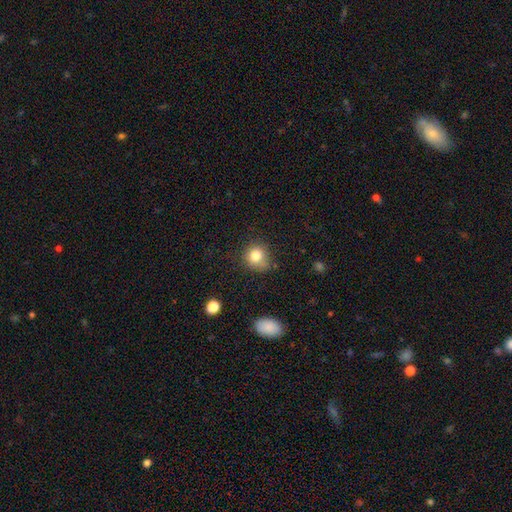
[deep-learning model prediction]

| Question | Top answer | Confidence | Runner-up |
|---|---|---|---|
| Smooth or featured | smooth | 81% | star or artifact (11%) |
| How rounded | round | 83% | in between (16%) |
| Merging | none | 65% | minor disturbance (24%) |